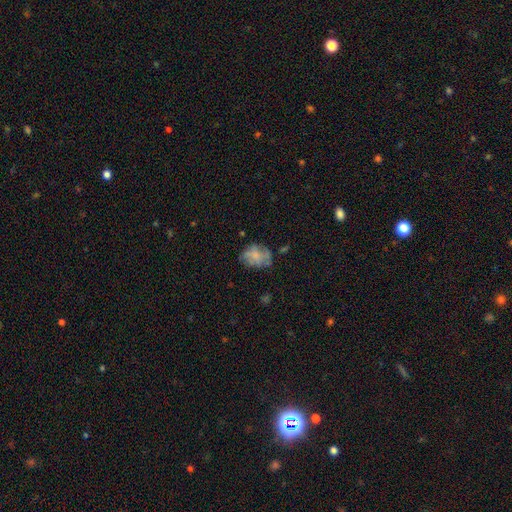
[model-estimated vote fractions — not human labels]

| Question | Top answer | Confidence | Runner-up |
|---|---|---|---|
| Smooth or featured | smooth | 57% | featured or disk (33%) |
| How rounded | in between | 66% | round (32%) |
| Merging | none | 55% | minor disturbance (26%) |